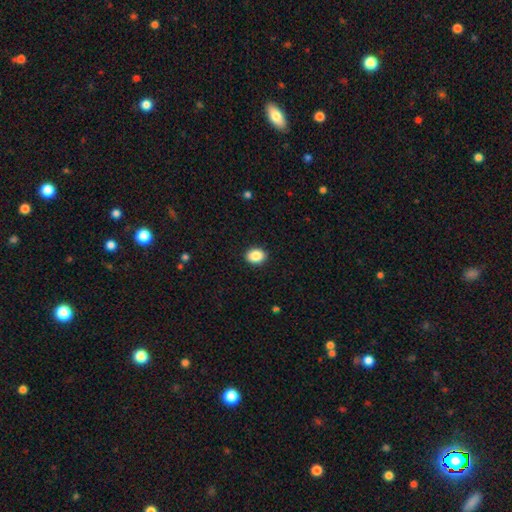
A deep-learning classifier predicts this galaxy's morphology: Overall: smooth (88%). How rounded: in between (61%; round 38%). Merging: none (91%).